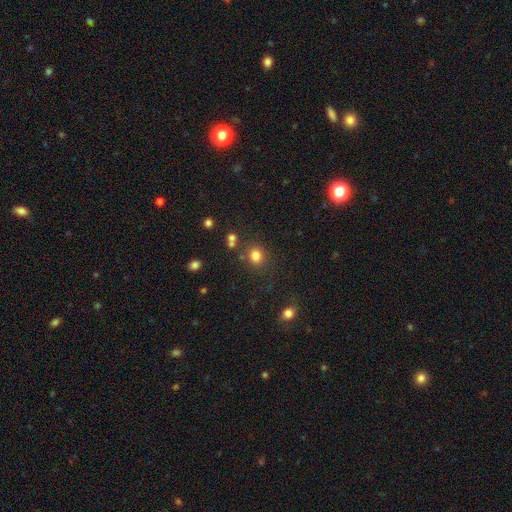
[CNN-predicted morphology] Q: Smooth or featured?
A: smooth (80%); runner-up: star or artifact (15%)
Q: How rounded?
A: round (82%); runner-up: in between (17%)
Q: Merging?
A: none (80%); runner-up: minor disturbance (9%)